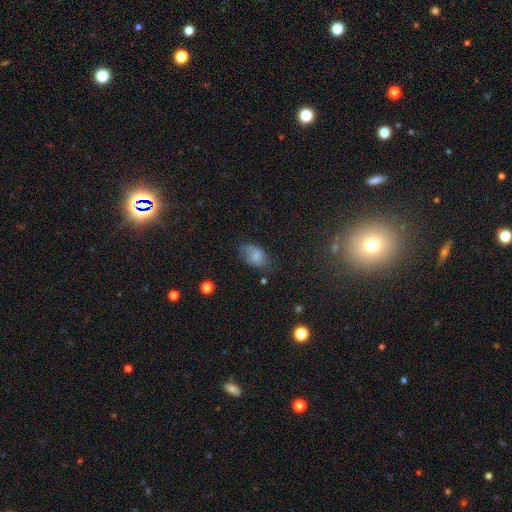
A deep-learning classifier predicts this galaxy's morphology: Overall: smooth (76%). How rounded: in between (86%). Merging: none (59%; minor disturbance 28%).